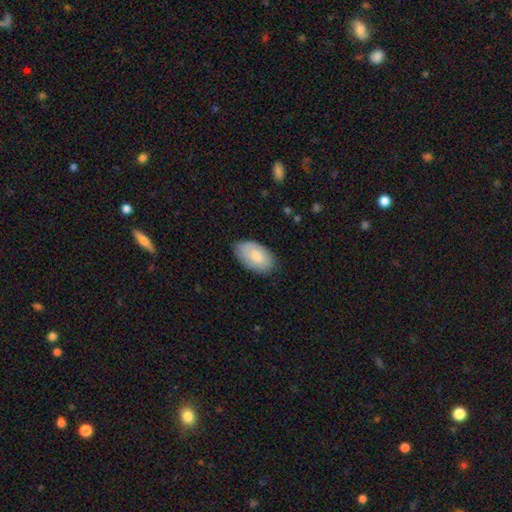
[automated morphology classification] A smooth galaxy with no disk features (76%) that is in between round and cigar-shaped (95%). Merging: none (79%).